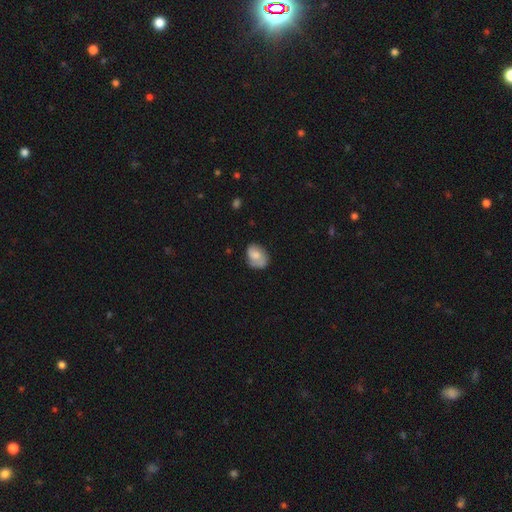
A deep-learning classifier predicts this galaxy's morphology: A smooth galaxy with no disk features (64%) that is in between round and cigar-shaped (70%). Merging: none (61%).